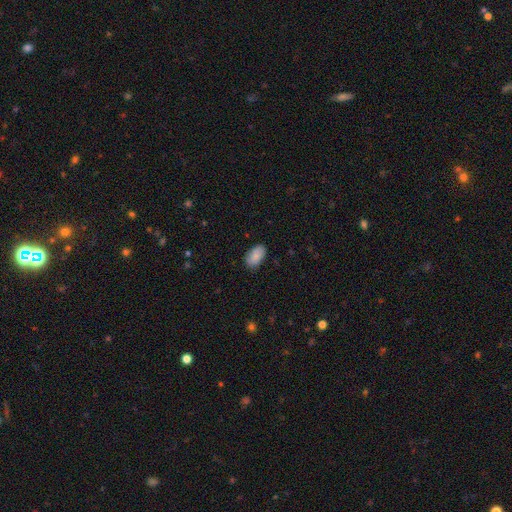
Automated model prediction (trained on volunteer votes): Smooth or featured: smooth — 87% (star or artifact — 6%)
How rounded: in between — 94% (round — 5%)
Merging: none — 84% (minor disturbance — 12%)